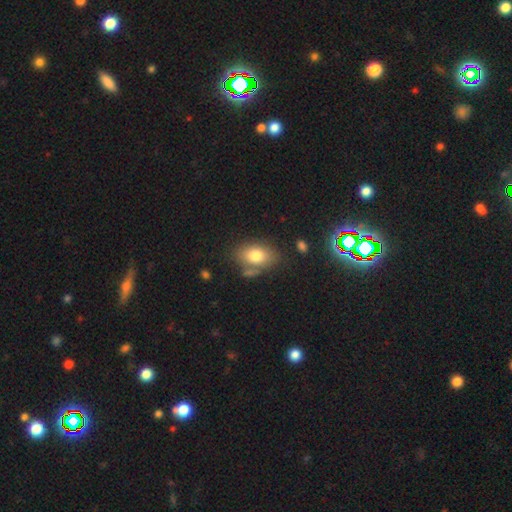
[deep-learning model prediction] smooth-or-featured: smooth: 78% | featured or disk: 13% | star or artifact: 9%
  how-rounded: in between: 83% | round: 15% | cigar-shaped: 2%
  merging: none: 67% | minor disturbance: 16% | merger: 11% | major disturbance: 6%